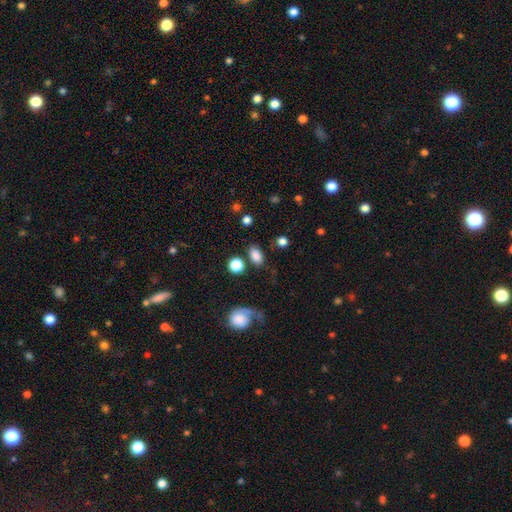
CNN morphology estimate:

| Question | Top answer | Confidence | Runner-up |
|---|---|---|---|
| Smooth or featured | smooth | 83% | star or artifact (10%) |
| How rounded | in between | 84% | round (14%) |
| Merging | none | 76% | minor disturbance (12%) |